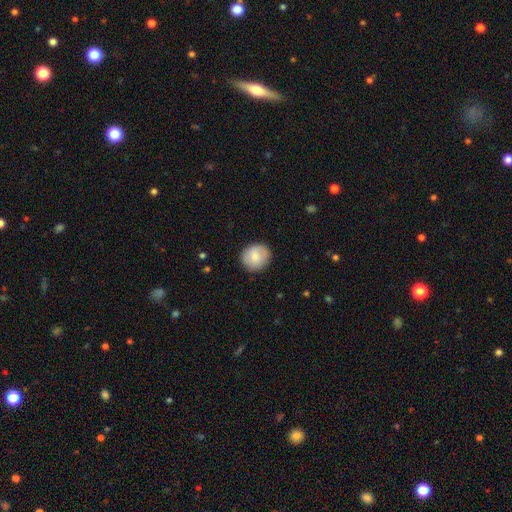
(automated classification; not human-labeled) Smooth or featured? Predicted: smooth (p=0.80). How rounded? Predicted: round (p=0.86). Merging? Predicted: none (p=0.88).